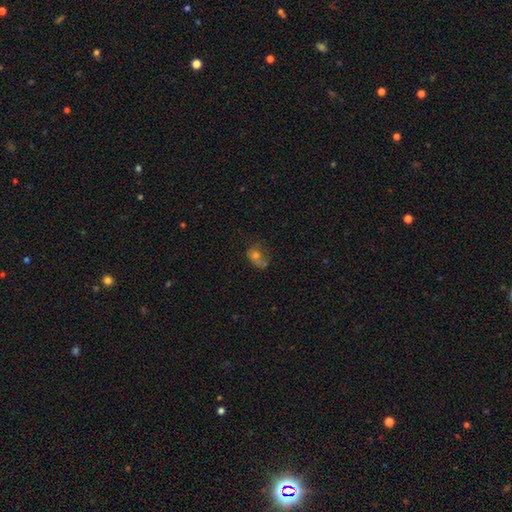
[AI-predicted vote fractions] This is possibly a smooth galaxy (56%). How rounded: possibly in between (57%). Merging: marginally none (40%).